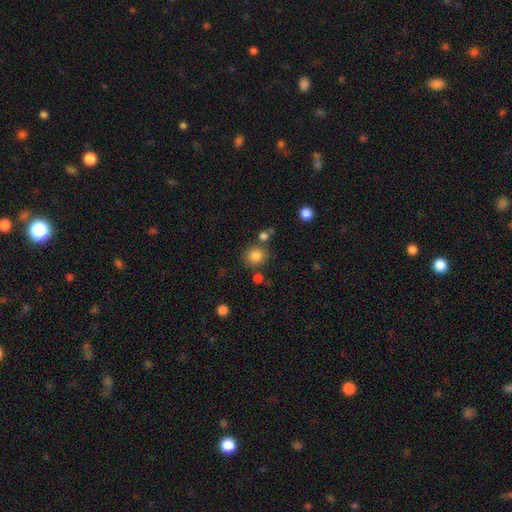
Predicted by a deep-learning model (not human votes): A smooth galaxy with no disk features (83%) that is round (83%).

Vote fractions:
- Smooth or featured? smooth: 83% / star or artifact: 11% / featured or disk: 6%
- How rounded? round: 83% / in between: 16% / cigar-shaped: 1%
- Merging? none: 76% / minor disturbance: 10% / merger: 10% / major disturbance: 4%